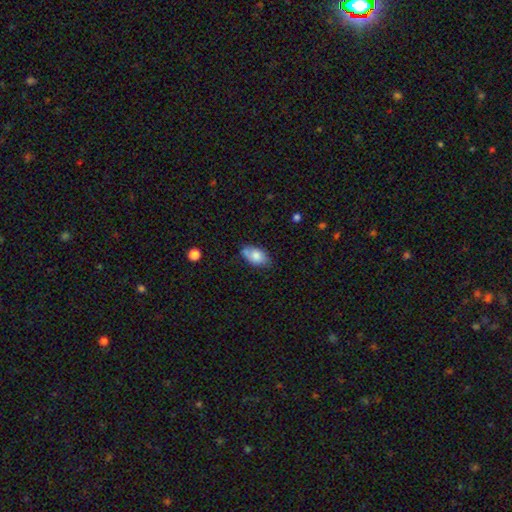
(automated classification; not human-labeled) This is likely a smooth galaxy (75%). How rounded: clearly in between (92%). Merging: likely none (64%).